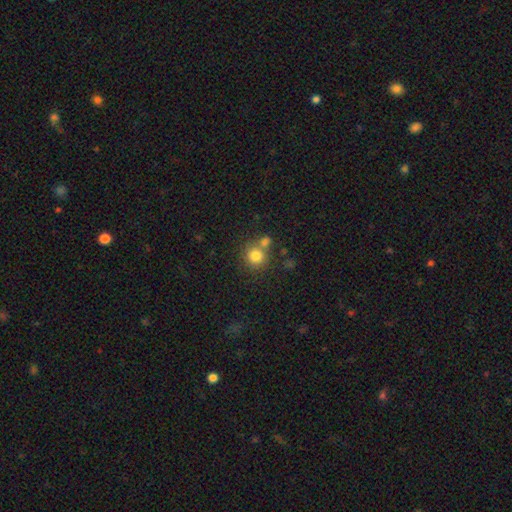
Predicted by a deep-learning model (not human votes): A smooth galaxy with no disk features (80%) that is round (90%). Merging: none (62%).